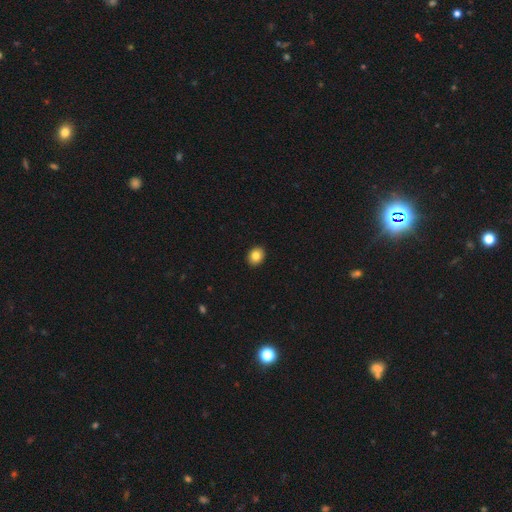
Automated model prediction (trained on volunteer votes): This is clearly a smooth galaxy (84%). How rounded: possibly round (58%). Merging: clearly none (92%).